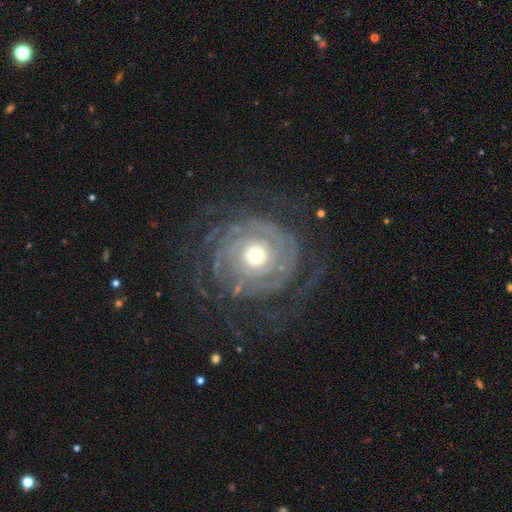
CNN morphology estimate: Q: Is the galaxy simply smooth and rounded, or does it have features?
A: featured or disk — 86%.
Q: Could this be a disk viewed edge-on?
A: no — 97%.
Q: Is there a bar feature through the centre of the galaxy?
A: no — 84%.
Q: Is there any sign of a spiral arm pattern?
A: yes — 93%.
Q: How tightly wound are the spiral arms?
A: tight — 72%.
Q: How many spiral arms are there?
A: can't tell — 35%.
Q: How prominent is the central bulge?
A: moderate — 56%.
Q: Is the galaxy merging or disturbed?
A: none — 67%.